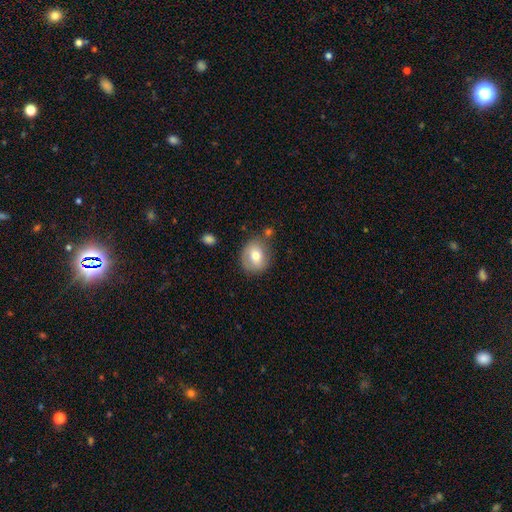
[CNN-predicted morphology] The model was most divided on "how rounded": round: 67%, in between: 32%, cigar-shaped: 1%. More confident: merging — none (70%); smooth or featured — smooth (70%).